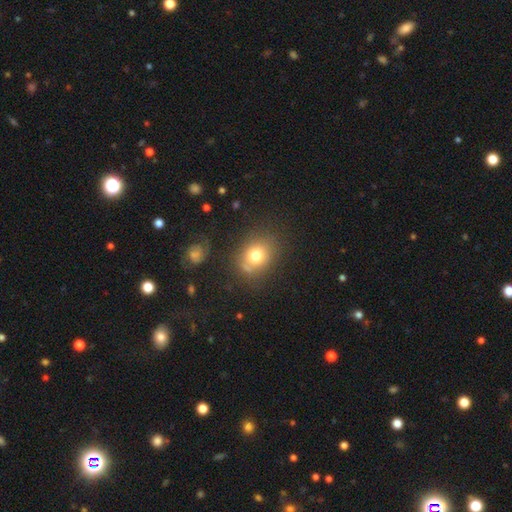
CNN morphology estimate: type=smooth (74%); roundness=round (58%); merging=none (70%).